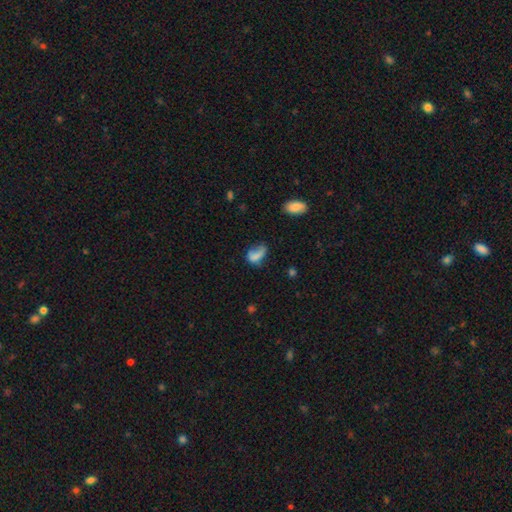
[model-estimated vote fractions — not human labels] Morphology: type=smooth (70%); roundness=in between (84%); merging=none (32%).